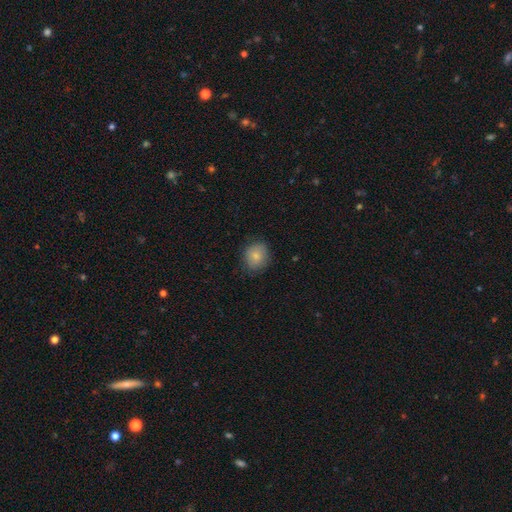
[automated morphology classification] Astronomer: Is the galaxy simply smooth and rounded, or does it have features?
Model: smooth — 82%.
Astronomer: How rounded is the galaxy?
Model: round — 71%.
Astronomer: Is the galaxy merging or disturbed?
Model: none — 80%.